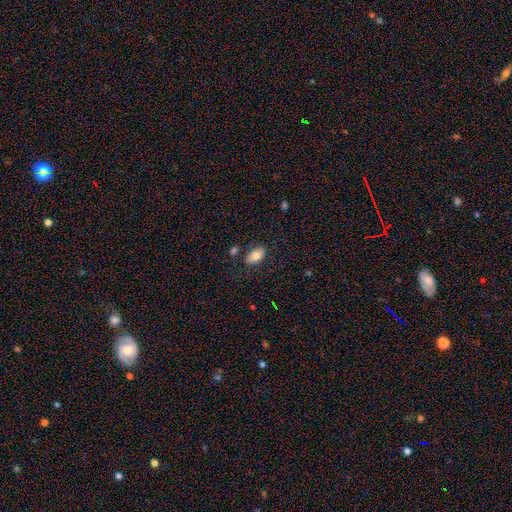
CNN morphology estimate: This is likely a smooth galaxy (77%). How rounded: clearly in between (91%). Merging: likely none (78%).